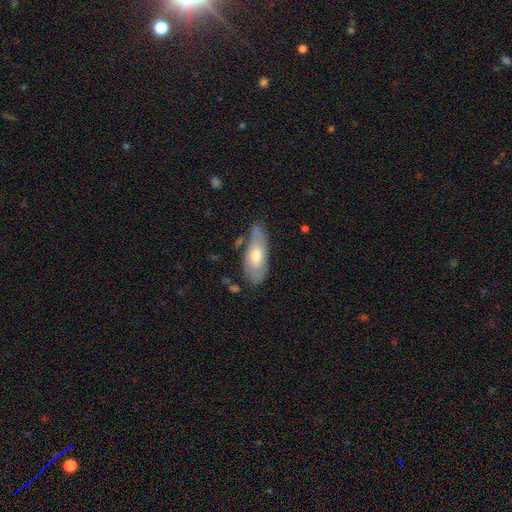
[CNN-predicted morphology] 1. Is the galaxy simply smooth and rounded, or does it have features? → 56% smooth, 38% featured or disk, 6% star or artifact.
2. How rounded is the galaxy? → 82% in between, 16% cigar-shaped, 2% round.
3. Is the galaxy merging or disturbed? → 66% none, 25% minor disturbance, 5% major disturbance, 4% merger.